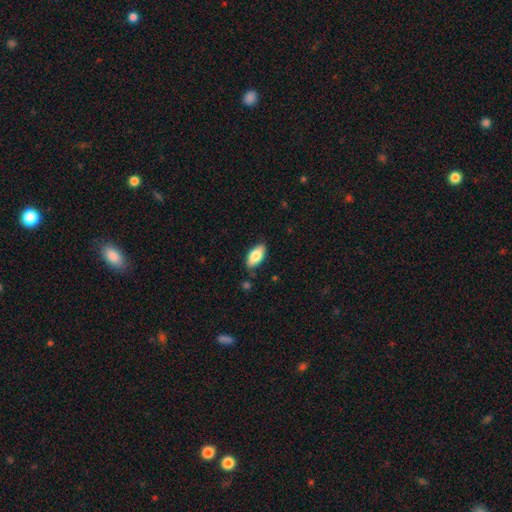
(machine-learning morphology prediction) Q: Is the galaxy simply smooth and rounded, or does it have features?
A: smooth — 81%.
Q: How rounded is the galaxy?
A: in between — 90%.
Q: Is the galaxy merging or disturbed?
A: none — 82%.